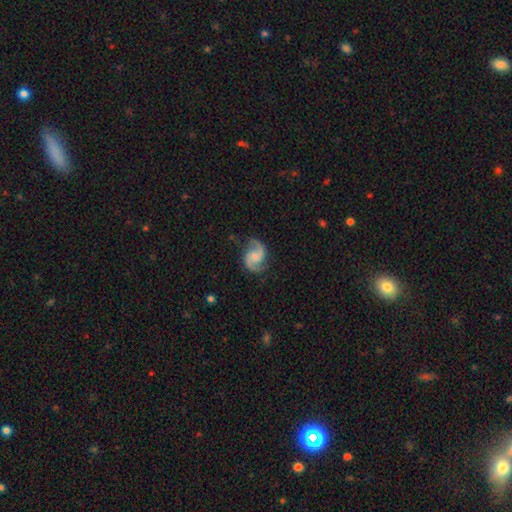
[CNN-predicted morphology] A featured or disk galaxy (89%) with no bar (57%), 2 (94%) medium (54%) spiral arms (98%) and no central bulge (33%).

Vote fractions:
- Smooth or featured? featured or disk: 89% / smooth: 6% / star or artifact: 5%
- Edge-on disk? no: 98% / yes: 2%
- Bar? no: 57% / weak: 36% / strong: 8%
- Spiral arms? yes: 98% / no: 2%
- Spiral winding? medium: 54% / loose: 31% / tight: 14%
- Spiral arm count? 2: 94% / can't tell: 2% / 1: 1% / 3: 1% / 4: 1% / more than 4: 1%
- Bulge size? none: 33% / small: 32% / moderate: 28% / large: 6% / dominant: 2%
- Merging? none: 80% / minor disturbance: 14% / major disturbance: 5% / merger: 1%